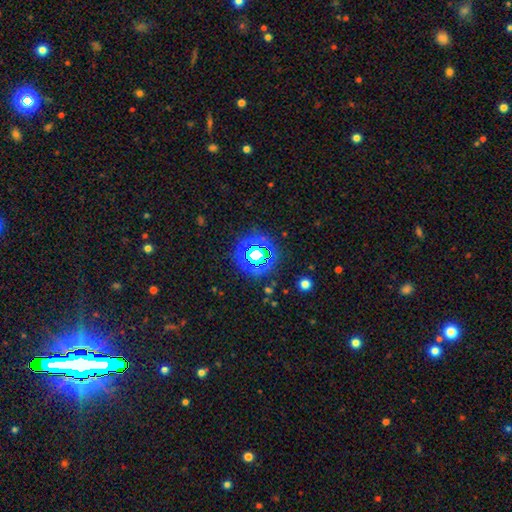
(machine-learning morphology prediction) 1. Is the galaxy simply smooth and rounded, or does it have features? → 71% star or artifact, 19% smooth, 10% featured or disk.